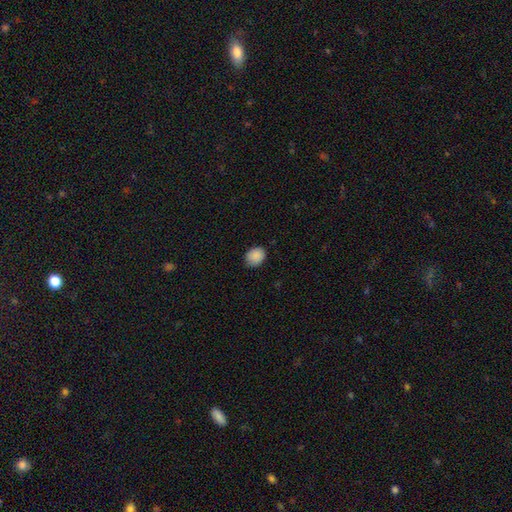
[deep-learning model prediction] Smooth or featured? smooth (89%)
How rounded? round (54%)
Merging? none (77%)